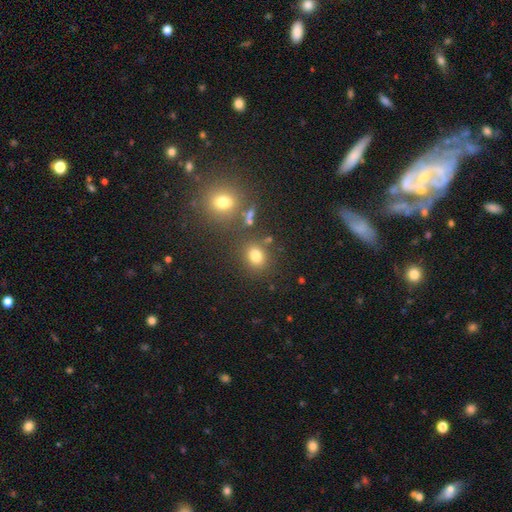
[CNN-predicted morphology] type=smooth (77%); roundness=round (59%); merging=none (75%).